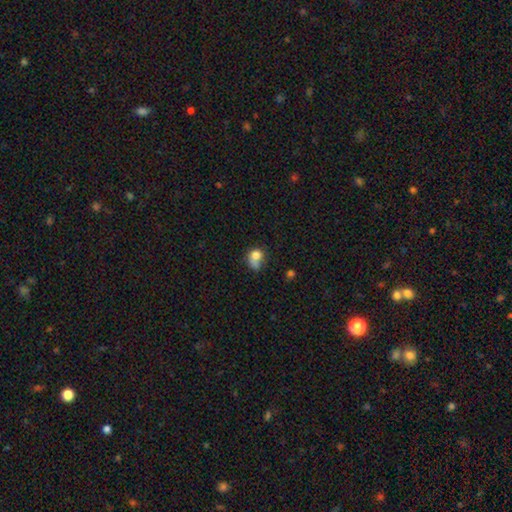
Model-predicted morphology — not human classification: A smooth galaxy with no disk features (75%) that is round (62%).

Vote fractions:
- Smooth or featured? smooth: 75% / featured or disk: 14% / star or artifact: 11%
- How rounded? round: 62% / in between: 37% / cigar-shaped: 1%
- Merging? none: 33% / minor disturbance: 24% / merger: 23% / major disturbance: 21%